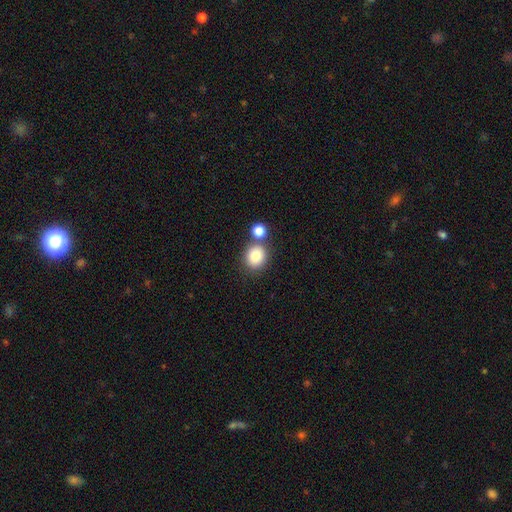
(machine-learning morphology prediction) Smooth or featured? smooth (82%)
How rounded? round (79%)
Merging? none (62%)